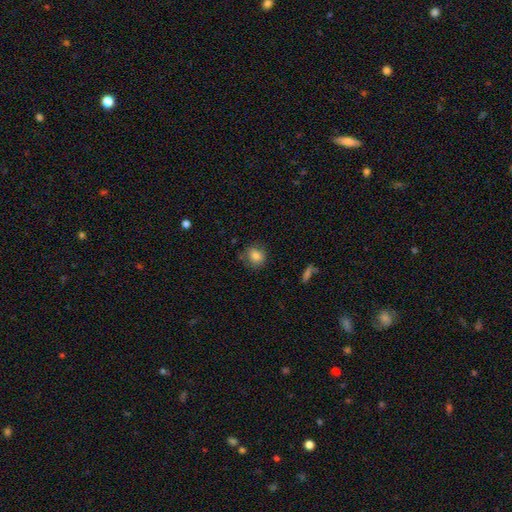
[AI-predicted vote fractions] Smooth or featured?
  - smooth: 82% *
  - star or artifact: 10%
  - featured or disk: 8%
How rounded?
  - round: 76% *
  - in between: 23%
  - cigar-shaped: 1%
Merging?
  - none: 73% *
  - minor disturbance: 19%
  - major disturbance: 5%
  - merger: 2%